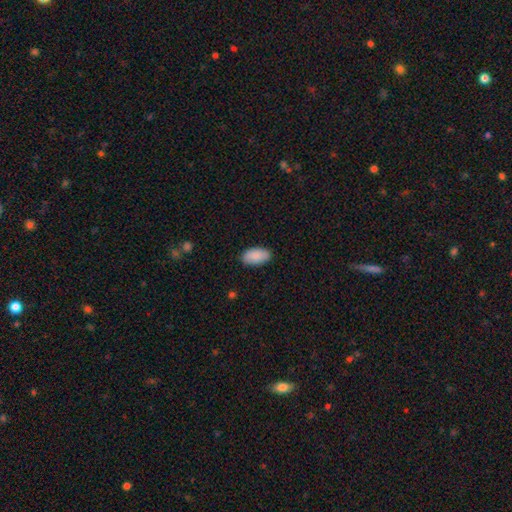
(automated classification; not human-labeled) A smooth galaxy with no disk features (89%) that is in between round and cigar-shaped (95%).

Vote fractions:
- Smooth or featured? smooth: 89% / star or artifact: 6% / featured or disk: 5%
- How rounded? in between: 95% / cigar-shaped: 3% / round: 3%
- Merging? none: 86% / minor disturbance: 11% / major disturbance: 2% / merger: 1%